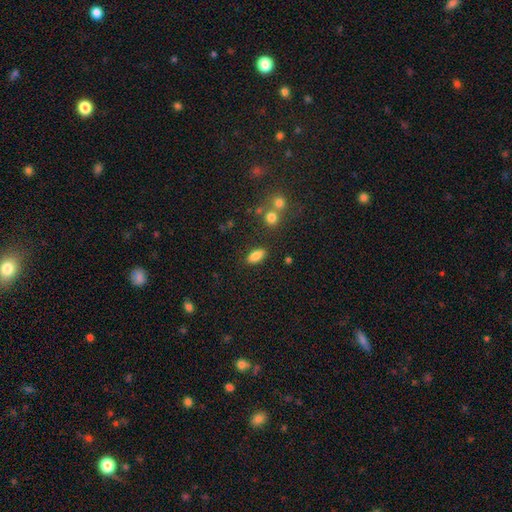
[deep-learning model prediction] smooth_or_featured: smooth (p=0.85) [alt: star or artifact p=0.09]
how_rounded: in between (p=0.87) [alt: cigar-shaped p=0.08]
merging: none (p=0.83) [alt: minor disturbance p=0.10]